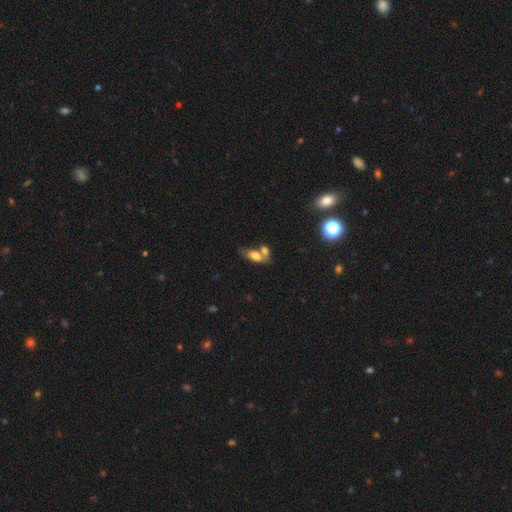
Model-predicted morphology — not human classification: smooth-or-featured: smooth: 69% | featured or disk: 21% | star or artifact: 10%
  how-rounded: in between: 85% | cigar-shaped: 9% | round: 5%
  merging: merger: 51% | none: 33% | minor disturbance: 11% | major disturbance: 5%